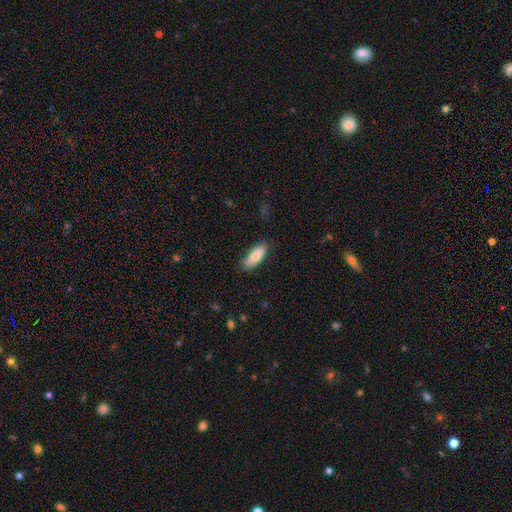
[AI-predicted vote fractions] Smooth or featured?
  - smooth: 80% *
  - featured or disk: 14%
  - star or artifact: 6%
How rounded?
  - in between: 75% *
  - cigar-shaped: 23%
  - round: 2%
Merging?
  - none: 83% *
  - minor disturbance: 13%
  - major disturbance: 3%
  - merger: 1%